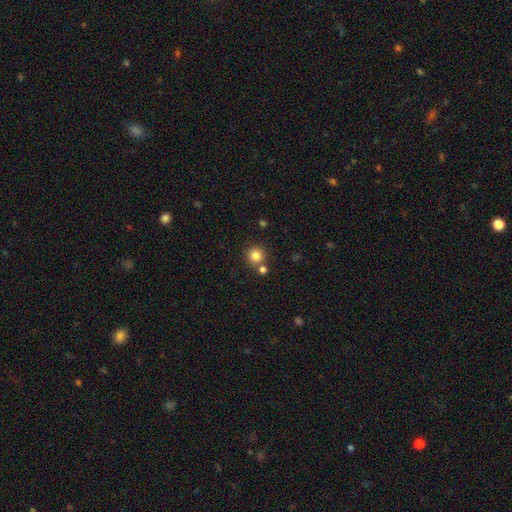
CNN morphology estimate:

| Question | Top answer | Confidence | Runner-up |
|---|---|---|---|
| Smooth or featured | smooth | 83% | star or artifact (12%) |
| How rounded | round | 94% | in between (6%) |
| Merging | none | 75% | merger (15%) |